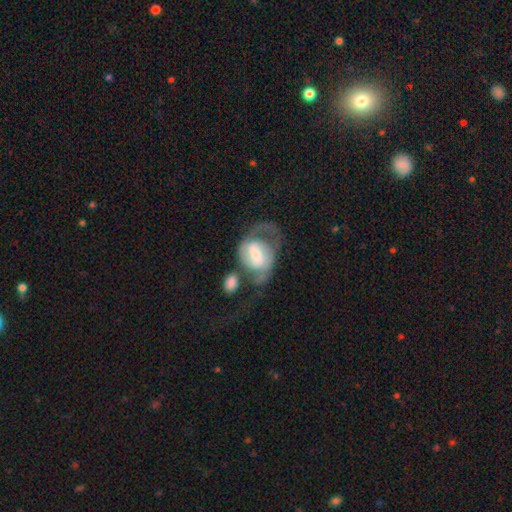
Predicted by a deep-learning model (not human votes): Morphology: type=featured or disk (66%); edge-on=no (97%); bar=weak (45%); spiral arms=yes (80%); winding=medium (44%); arm count=2 (68%); bulge=moderate (34%); merging=major disturbance (38%).